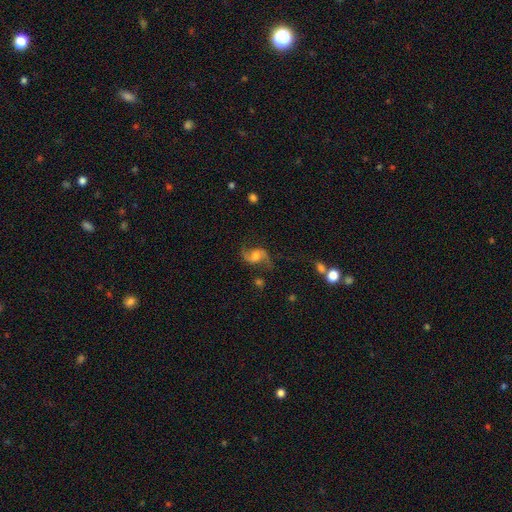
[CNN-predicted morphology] Overall: featured or disk (86%). Edge-on disk: no (98%). Bar: no (51%; weak 39%). Spiral arms: yes (97%). Spiral arm count: 2 (94%). Spiral winding: loose (69%). Bulge size: moderate (51%; small 26%). Merging: none (75%).